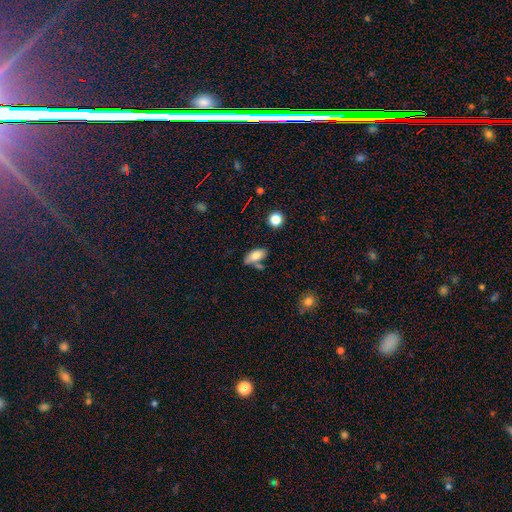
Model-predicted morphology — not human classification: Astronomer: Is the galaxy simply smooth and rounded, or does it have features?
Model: smooth — 77%.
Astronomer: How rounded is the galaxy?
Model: in between — 90%.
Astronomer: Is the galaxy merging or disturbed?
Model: none — 56%.